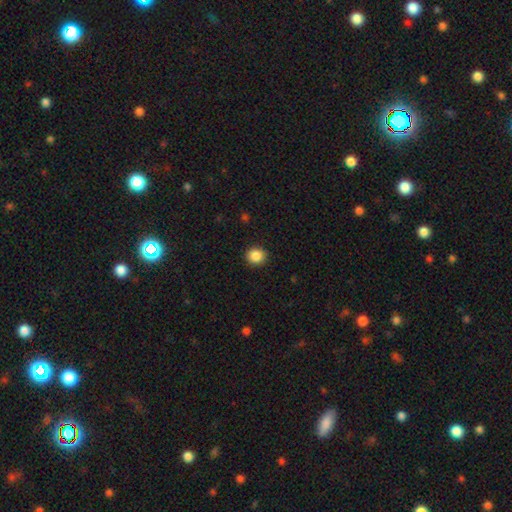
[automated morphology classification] Smooth or featured?
  - smooth: 87% *
  - star or artifact: 10%
  - featured or disk: 4%
How rounded?
  - round: 87% *
  - in between: 12%
  - cigar-shaped: 1%
Merging?
  - none: 92% *
  - minor disturbance: 5%
  - major disturbance: 2%
  - merger: 1%